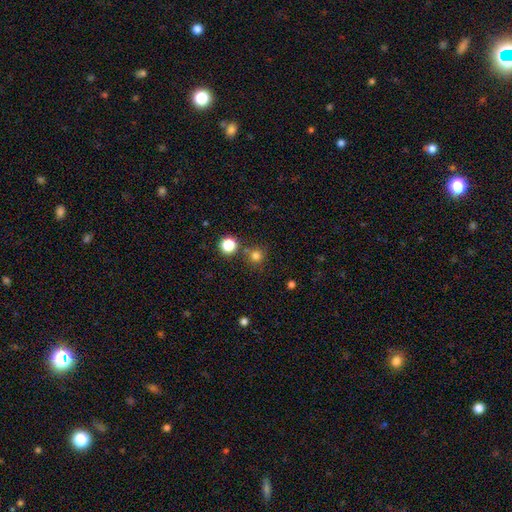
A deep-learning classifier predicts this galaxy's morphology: Smooth or featured: smooth — 78% (star or artifact — 17%)
How rounded: round — 93% (in between — 6%)
Merging: none — 77% (merger — 12%)